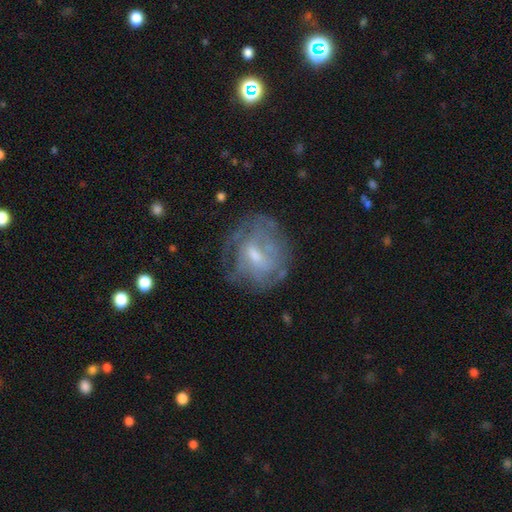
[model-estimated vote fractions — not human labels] Smooth or featured? Predicted: featured or disk (p=0.64). Edge-on disk? Predicted: no (p=0.96). Bar? Predicted: weak (p=0.52). Spiral arms? Predicted: yes (p=0.61). Bulge size? Predicted: small (p=0.44, tied with moderate). Merging? Predicted: none (p=0.65).